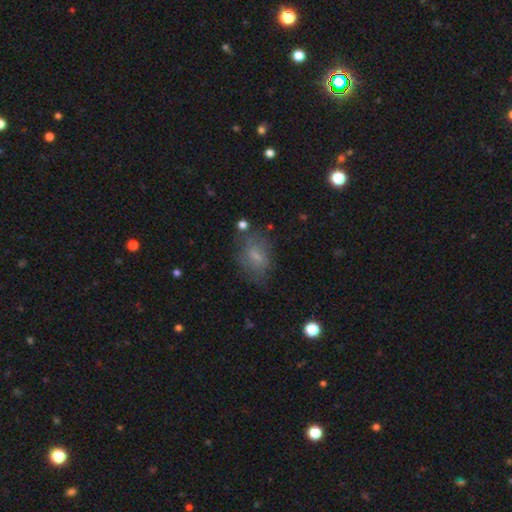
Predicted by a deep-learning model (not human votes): smooth-or-featured: smooth: 57% | featured or disk: 30% | star or artifact: 13%
  how-rounded: in between: 81% | round: 16% | cigar-shaped: 4%
  merging: none: 63% | minor disturbance: 22% | major disturbance: 12% | merger: 4%